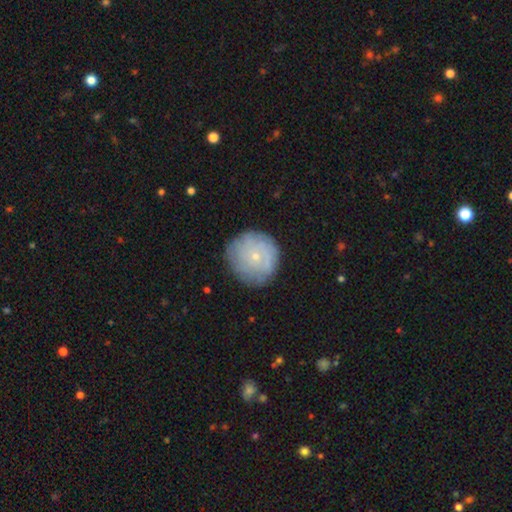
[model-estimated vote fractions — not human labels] smooth-or-featured: featured or disk: 46% (tied) | smooth: 46% (tied) | star or artifact: 8%
  merging: none: 80% | minor disturbance: 14% | major disturbance: 4% | merger: 1%